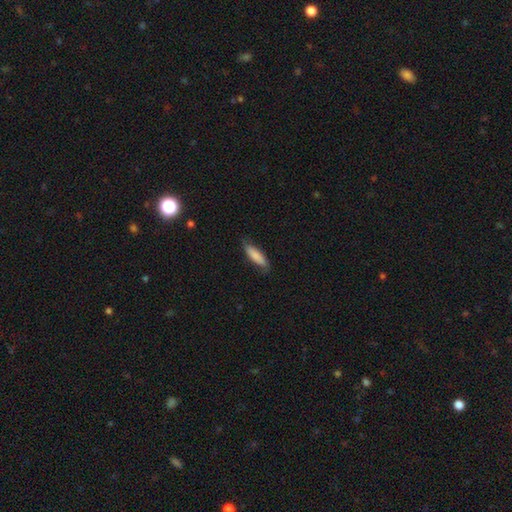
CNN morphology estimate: smooth-or-featured: smooth: 83% | featured or disk: 12% | star or artifact: 5%
  how-rounded: cigar-shaped: 58% | in between: 41% | round: 2%
  merging: none: 76% | minor disturbance: 19% | major disturbance: 3% | merger: 1%